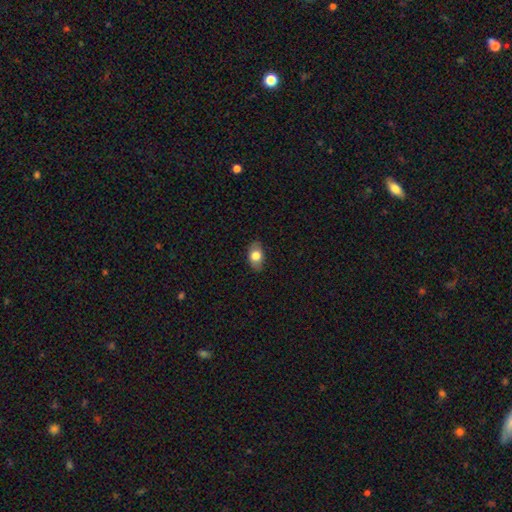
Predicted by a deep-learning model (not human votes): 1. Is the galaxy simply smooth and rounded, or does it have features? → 75% smooth, 17% featured or disk, 7% star or artifact.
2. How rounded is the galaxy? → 88% in between, 10% round, 2% cigar-shaped.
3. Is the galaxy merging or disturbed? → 84% none, 13% minor disturbance, 3% major disturbance, 1% merger.